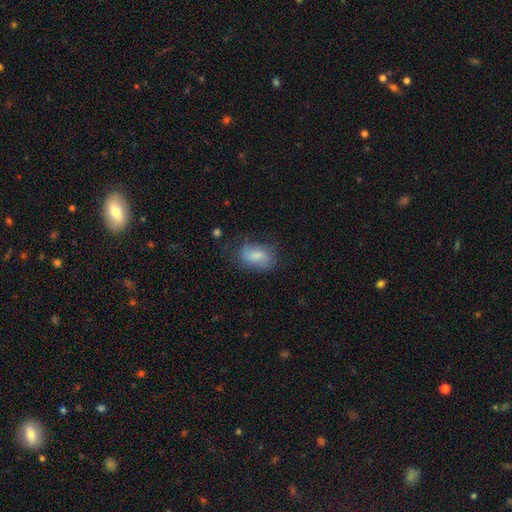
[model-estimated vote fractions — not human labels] Smooth or featured? Predicted: smooth (p=0.73). How rounded? Predicted: in between (p=0.89). Merging? Predicted: none (p=0.60).